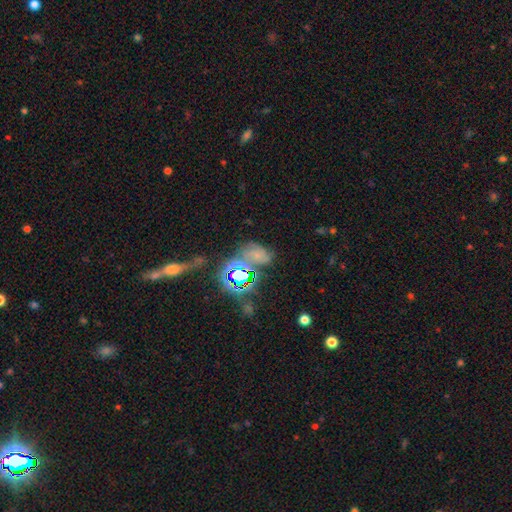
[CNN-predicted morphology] This is marginally a star or artifact rather than a galaxy (45%).